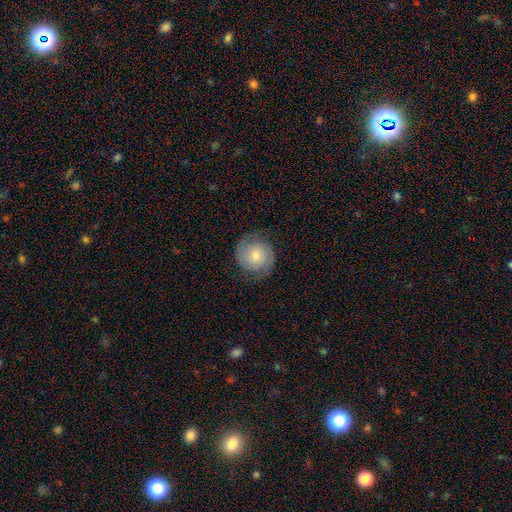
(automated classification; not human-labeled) This appears to be a featured or disk galaxy (60%) with no bar (73%), 2 (87%) tight (52%) spiral arms (91%) and a moderate central bulge (51%). Merging: none (78%).